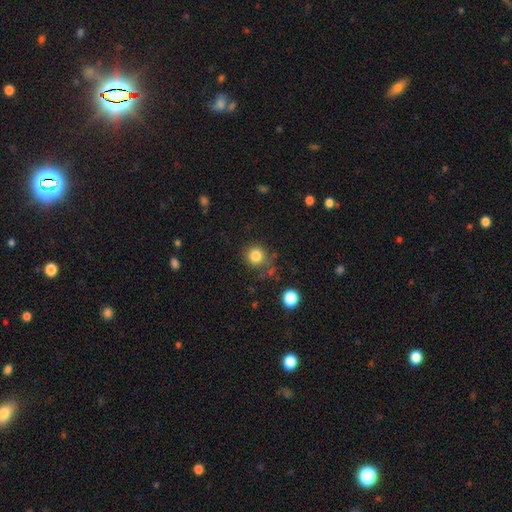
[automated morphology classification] smooth-or-featured: smooth: 82% | star or artifact: 12% | featured or disk: 6%
  how-rounded: round: 90% | in between: 9% | cigar-shaped: 1%
  merging: none: 72% | minor disturbance: 15% | major disturbance: 6% | merger: 6%